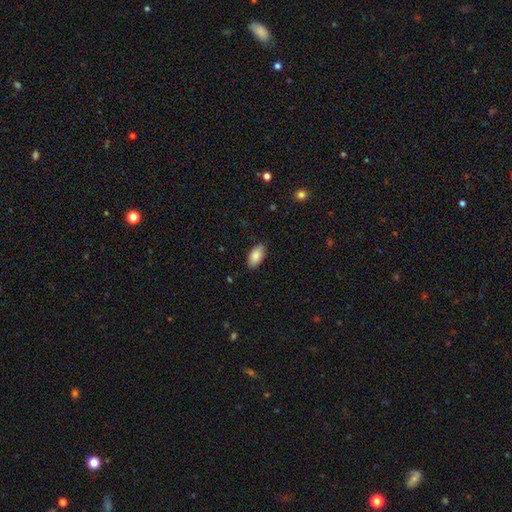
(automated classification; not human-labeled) Smooth or featured?
  - smooth: 87% *
  - featured or disk: 7%
  - star or artifact: 6%
How rounded?
  - in between: 93% *
  - cigar-shaped: 4%
  - round: 2%
Merging?
  - none: 86% *
  - minor disturbance: 11%
  - major disturbance: 2%
  - merger: 1%